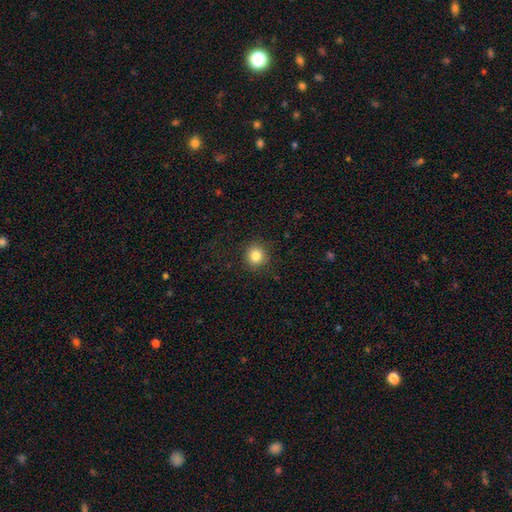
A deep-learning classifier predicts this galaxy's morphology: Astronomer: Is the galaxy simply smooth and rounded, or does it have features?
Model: smooth — 84%.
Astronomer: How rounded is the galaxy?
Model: round — 90%.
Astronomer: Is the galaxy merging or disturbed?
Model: none — 89%.